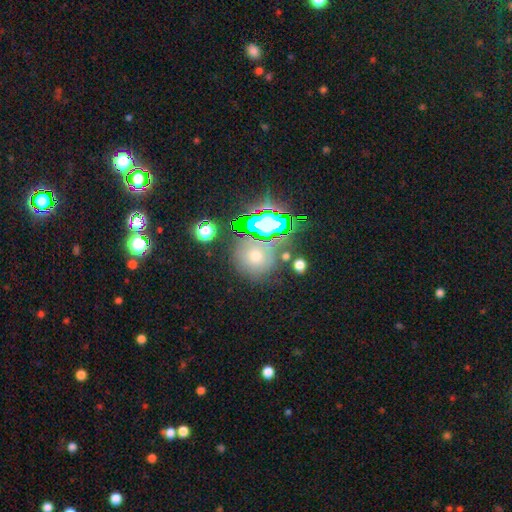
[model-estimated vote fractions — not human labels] smooth-or-featured: smooth: 46% | star or artifact: 41% | featured or disk: 13%
  merging: none: 71% | merger: 12% | minor disturbance: 11% | major disturbance: 5%